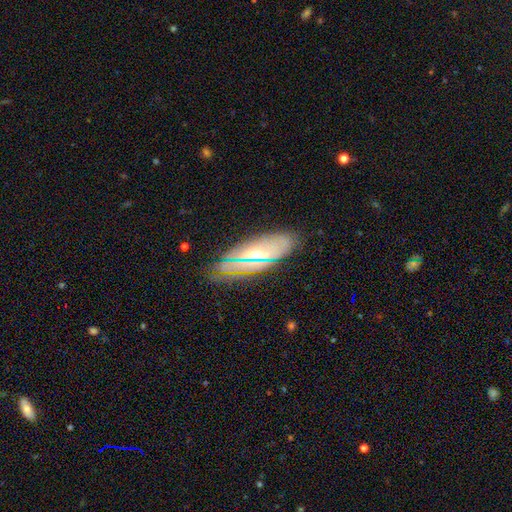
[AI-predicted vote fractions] Morphology: type=featured or disk (59%); edge-on=no (64%); merging=none (79%).